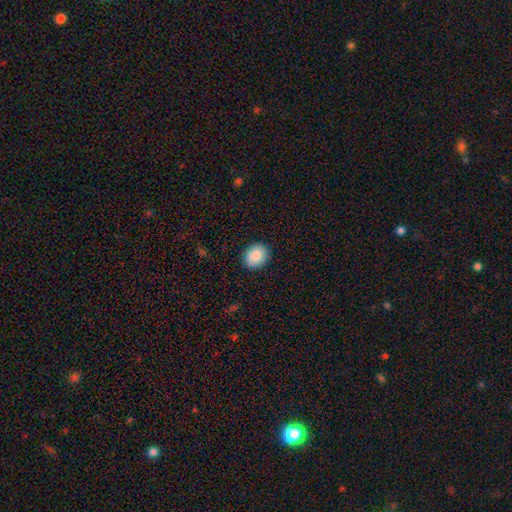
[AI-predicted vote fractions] A smooth galaxy with no disk features (89%) that is round (56%). Merging: none (90%).